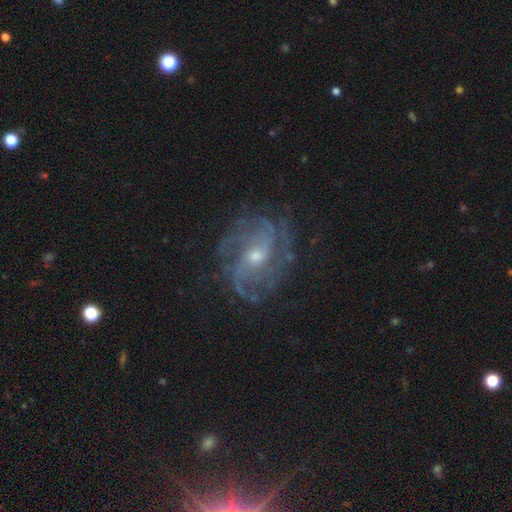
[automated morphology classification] A featured or disk galaxy (85%) with no bar (45%), medium (44%) spiral arms (95%) and a small central bulge (52%).

Vote fractions:
- Smooth or featured? featured or disk: 85% / star or artifact: 9% / smooth: 6%
- Edge-on disk? no: 97% / yes: 3%
- Bar? no: 45% / weak: 43% / strong: 12%
- Spiral arms? yes: 95% / no: 5%
- Spiral winding? medium: 44% / tight: 38% / loose: 18%
- Spiral arm count? can't tell: 26% / 2: 24% / 3: 21% / 4: 14% / more than 4: 8% / 1: 7%
- Bulge size? small: 52% / moderate: 44% / none: 2% / large: 2% / dominant: 1%
- Merging? none: 73% / minor disturbance: 16% / major disturbance: 10% / merger: 1%